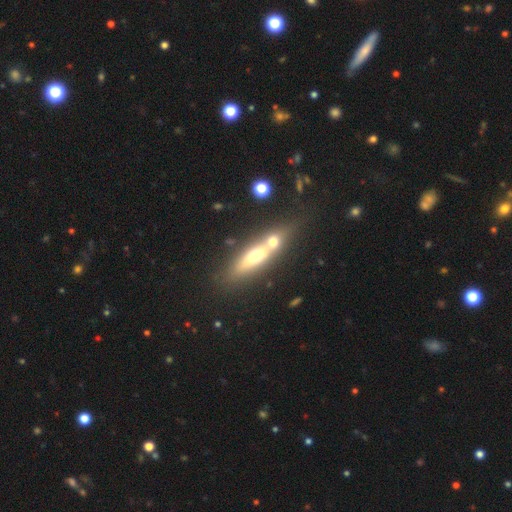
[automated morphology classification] smooth-or-featured: smooth: 47% | featured or disk: 44% | star or artifact: 9%
  merging: none: 46% | merger: 40% | minor disturbance: 10% | major disturbance: 4%